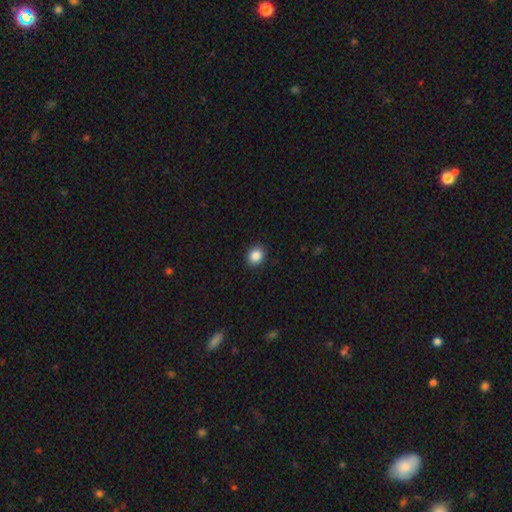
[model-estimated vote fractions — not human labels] A smooth galaxy with no disk features (87%) that is round (61%).

Vote fractions:
- Smooth or featured? smooth: 87% / star or artifact: 9% / featured or disk: 4%
- How rounded? round: 61% / in between: 38% / cigar-shaped: 1%
- Merging? none: 90% / minor disturbance: 7% / major disturbance: 2% / merger: 1%